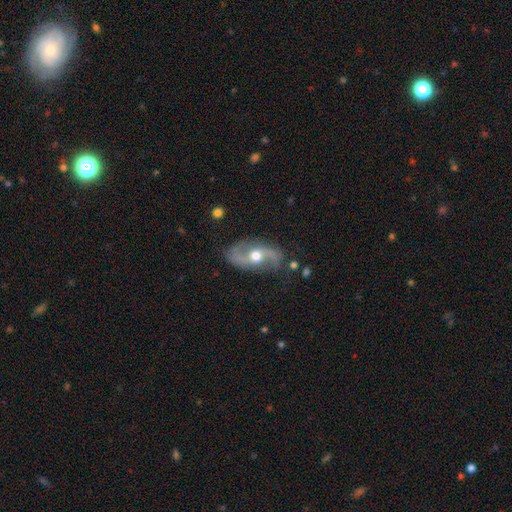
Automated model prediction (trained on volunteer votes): Morphology: type=featured or disk (83%); edge-on=no (94%); bar=no (57%); spiral arms=yes (91%); winding=loose (64%); arm count=2 (93%); bulge=moderate (77%); merging=none (75%).